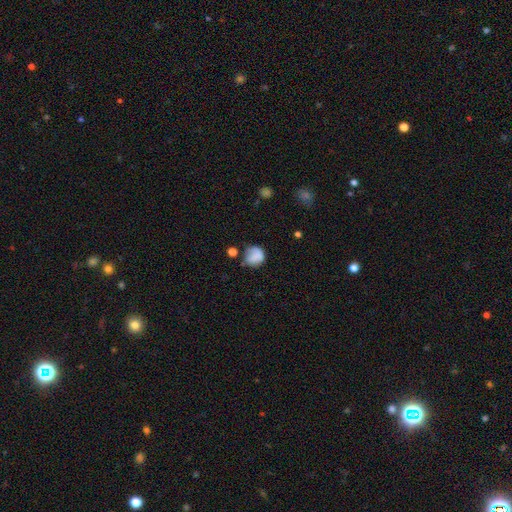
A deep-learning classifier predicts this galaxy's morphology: Q: Smooth or featured?
A: smooth (78%); runner-up: featured or disk (12%)
Q: How rounded?
A: round (79%); runner-up: in between (20%)
Q: Merging?
A: none (53%); runner-up: minor disturbance (27%)